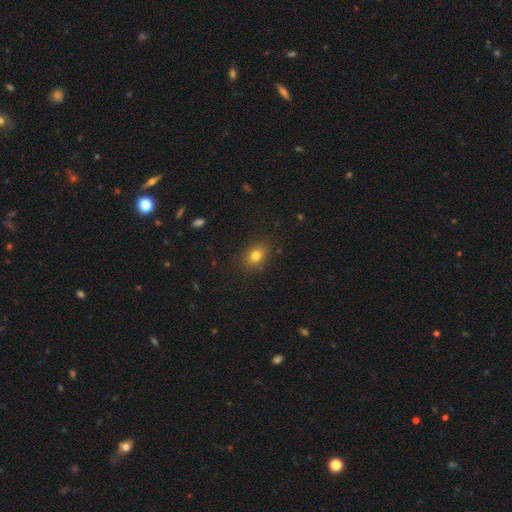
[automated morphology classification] Q: Smooth or featured?
A: smooth (79%); runner-up: star or artifact (12%)
Q: How rounded?
A: in between (60%); runner-up: round (39%)
Q: Merging?
A: none (83%); runner-up: minor disturbance (12%)